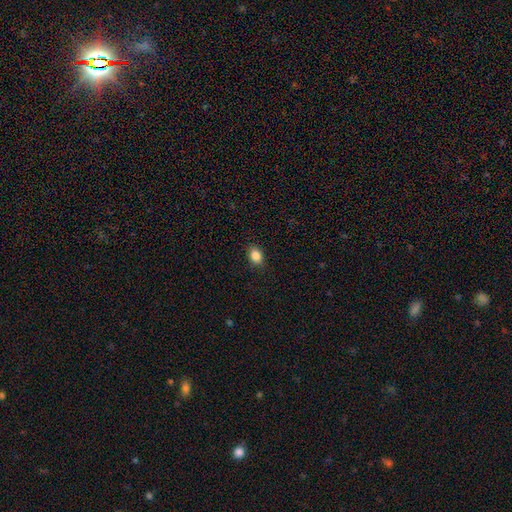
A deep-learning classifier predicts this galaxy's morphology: Overall: smooth (86%). How rounded: in between (72%). Merging: none (88%).